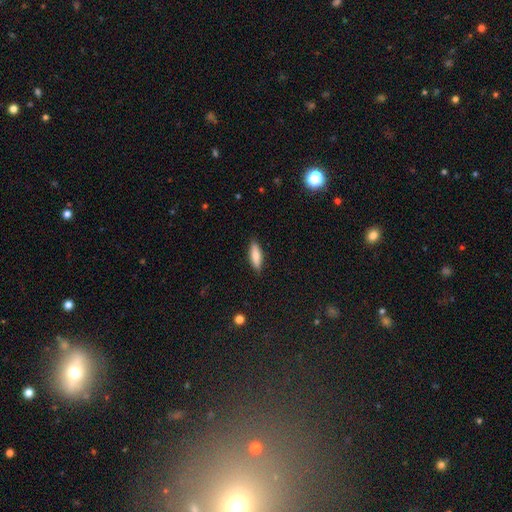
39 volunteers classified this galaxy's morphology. Smooth or featured? smooth (82%)
How rounded? in between (50%, tied with cigar-shaped)
Merging? none (86%)